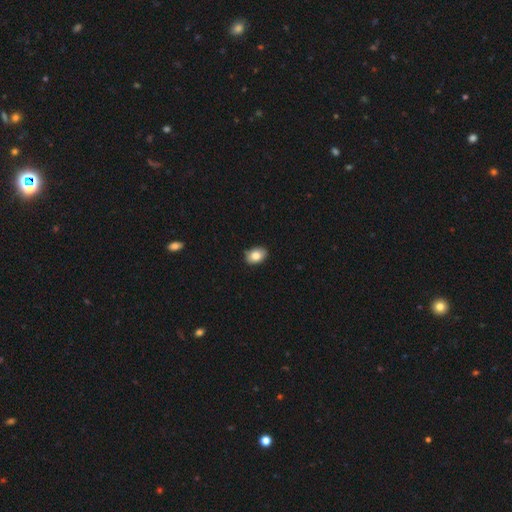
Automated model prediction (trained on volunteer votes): This is clearly a smooth galaxy (83%). How rounded: clearly in between (82%). Merging: clearly none (85%).